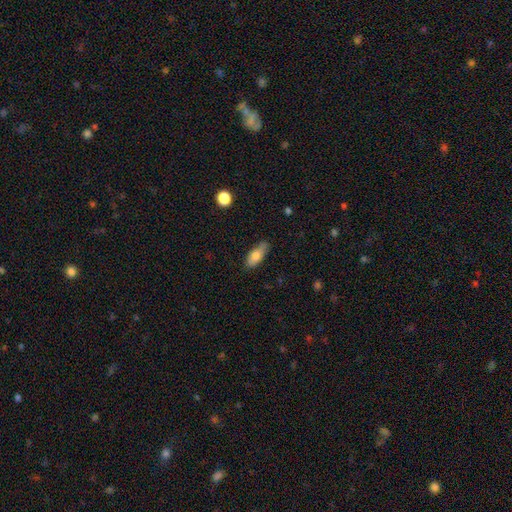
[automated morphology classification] Smooth or featured?
  - smooth: 75% *
  - featured or disk: 18%
  - star or artifact: 7%
How rounded?
  - in between: 76% *
  - cigar-shaped: 21%
  - round: 3%
Merging?
  - none: 76% *
  - minor disturbance: 19%
  - major disturbance: 3%
  - merger: 2%